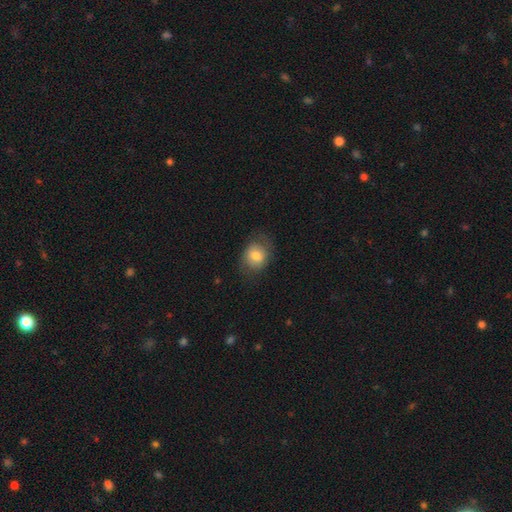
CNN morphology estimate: type=smooth (71%); roundness=round (55%); merging=none (67%).